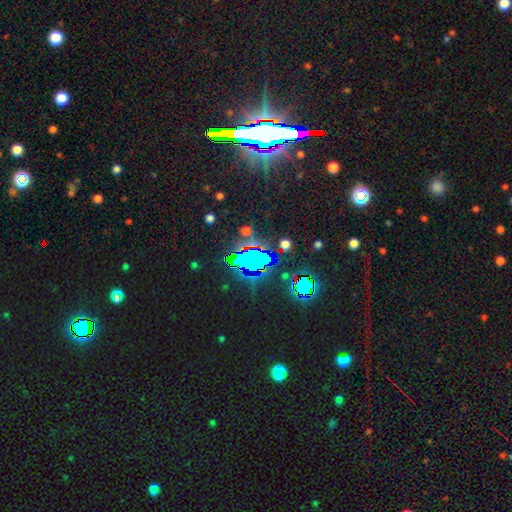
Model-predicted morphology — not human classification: star or artifact 68%, smooth 23%, featured or disk 10%.